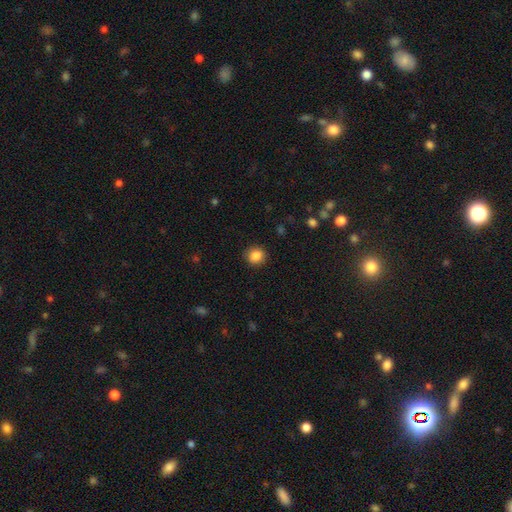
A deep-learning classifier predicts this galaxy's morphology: Q: Smooth or featured?
A: smooth (87%); runner-up: star or artifact (10%)
Q: How rounded?
A: round (86%); runner-up: in between (13%)
Q: Merging?
A: none (90%); runner-up: minor disturbance (6%)